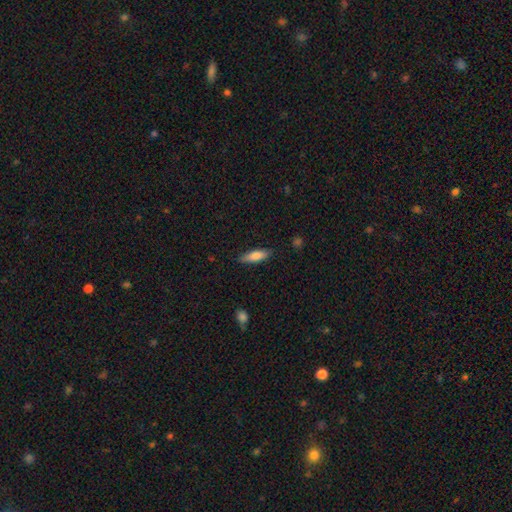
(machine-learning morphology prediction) Smooth or featured?
  - smooth: 79% *
  - featured or disk: 15%
  - star or artifact: 6%
How rounded?
  - cigar-shaped: 56% *
  - in between: 42%
  - round: 2%
Merging?
  - none: 84% *
  - minor disturbance: 12%
  - major disturbance: 3%
  - merger: 1%